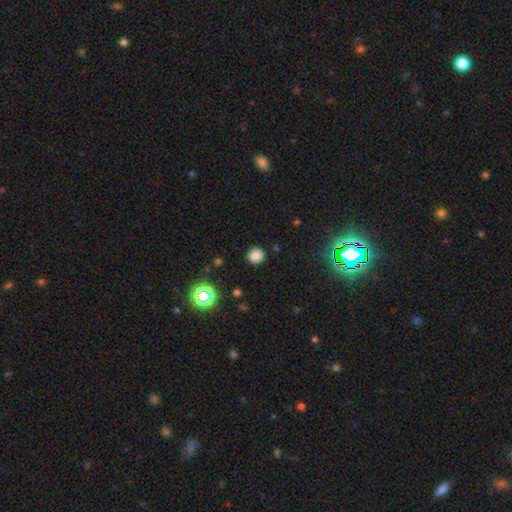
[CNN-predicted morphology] Smooth or featured?
  - smooth: 80% *
  - star or artifact: 15%
  - featured or disk: 5%
How rounded?
  - round: 89% *
  - in between: 10%
  - cigar-shaped: 1%
Merging?
  - none: 89% *
  - minor disturbance: 7%
  - major disturbance: 2%
  - merger: 1%